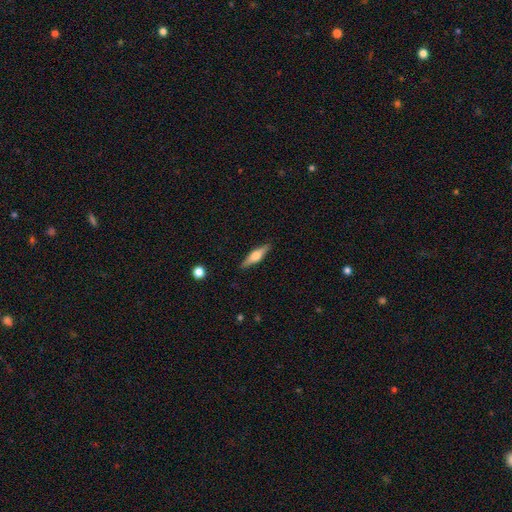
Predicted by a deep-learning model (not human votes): Smooth or featured: featured or disk — 55% (smooth — 39%)
Edge-on disk: yes — 95% (no — 5%)
Edge-on bulge: rounded — 91% (boxy — 6%)
Merging: none — 89% (minor disturbance — 8%)